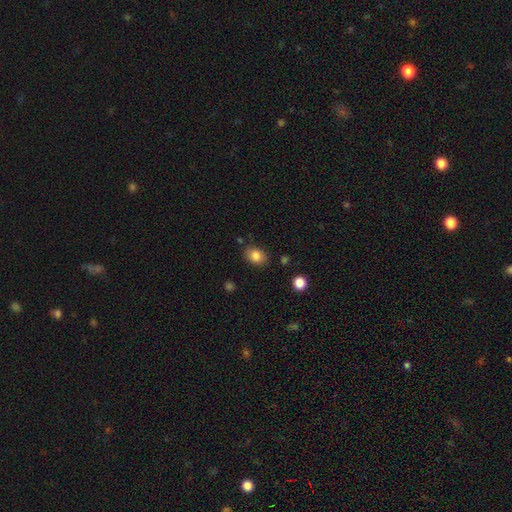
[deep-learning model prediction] Smooth or featured? Predicted: smooth (p=0.84). How rounded? Predicted: in between (p=0.65). Merging? Predicted: none (p=0.82).